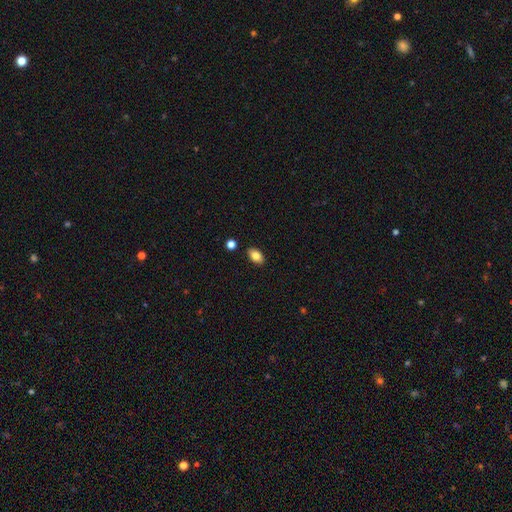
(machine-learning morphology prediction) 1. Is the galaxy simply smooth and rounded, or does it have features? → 82% smooth, 9% featured or disk, 8% star or artifact.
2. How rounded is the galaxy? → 90% in between, 7% round, 2% cigar-shaped.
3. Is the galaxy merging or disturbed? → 87% none, 9% minor disturbance, 3% merger, 2% major disturbance.